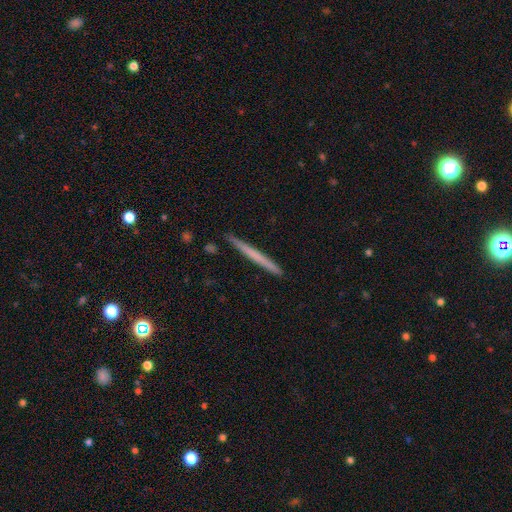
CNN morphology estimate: Smooth or featured? smooth (54%)
How rounded? cigar-shaped (97%)
Merging? none (91%)